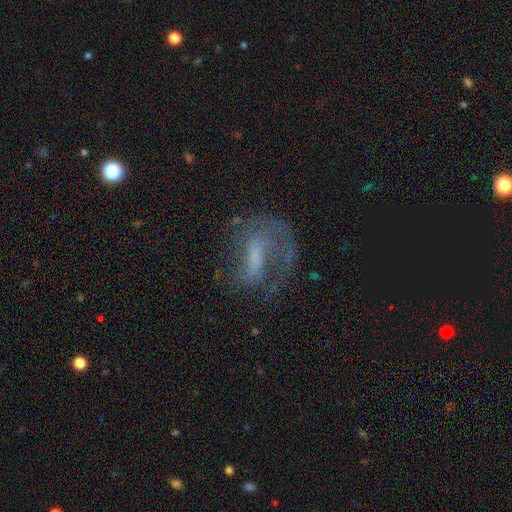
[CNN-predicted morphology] featured or disk 70%, smooth 18%, star or artifact 11%. Down the decision tree: edge-on disk — no (94%); bar — weak (41%); spiral arms — yes (82%); spiral arm count — 2 (48%); spiral winding — medium (45%); bulge size — moderate (30%); merging — none (53%).